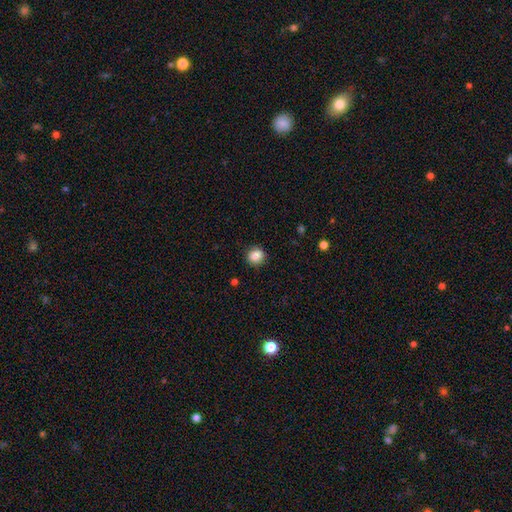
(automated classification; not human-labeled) This appears to be a smooth galaxy with no disk features (87%) that is round (84%). Merging: none (88%).